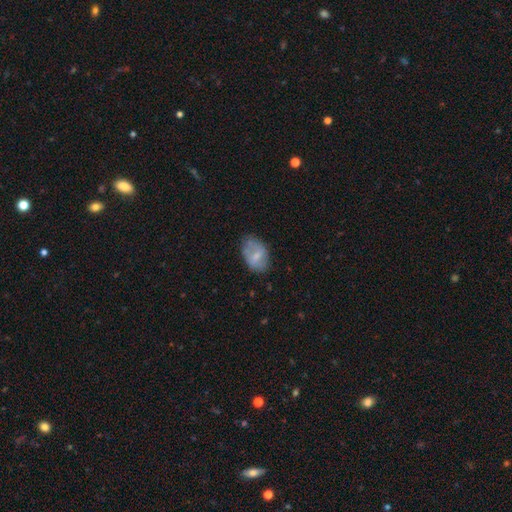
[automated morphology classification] The model was most divided on "smooth or featured": smooth: 58%, featured or disk: 35%, star or artifact: 7%. More confident: how rounded — in between (86%); merging — none (59%).